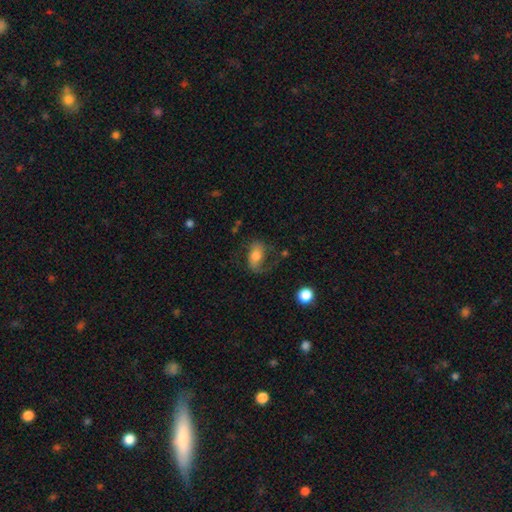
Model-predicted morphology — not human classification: A smooth galaxy with no disk features (49%).

Vote fractions:
- Smooth or featured? smooth: 49% / featured or disk: 42% / star or artifact: 9%
- Merging? none: 57% / minor disturbance: 21% / major disturbance: 19% / merger: 2%